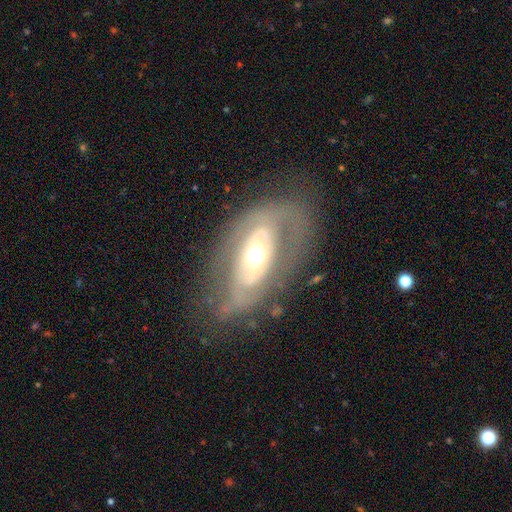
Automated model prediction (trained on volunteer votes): Smooth or featured? featured or disk (73%)
Edge-on disk? no (89%)
Bar? no (71%)
Spiral arms? no (56%)
Bulge size? moderate (66%)
Merging? none (68%)